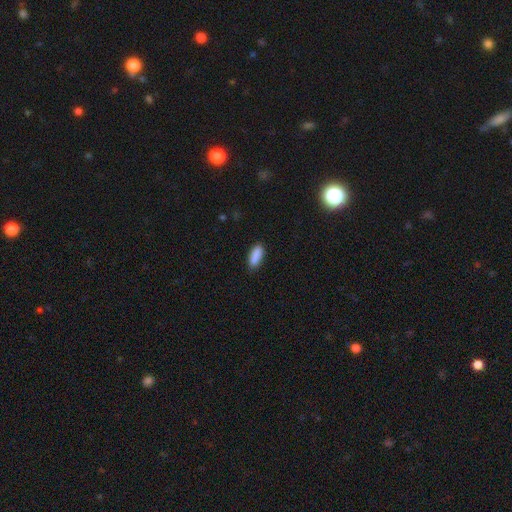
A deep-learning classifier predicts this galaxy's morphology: type=smooth (89%); roundness=in between (73%); merging=none (86%).